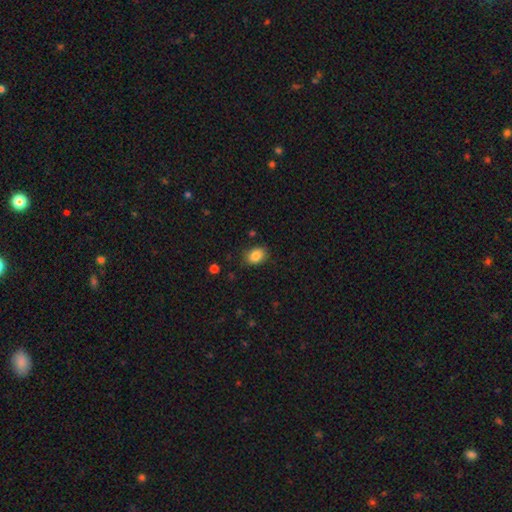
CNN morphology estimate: This is clearly a smooth galaxy (85%). How rounded: likely in between (64%). Merging: clearly none (82%).